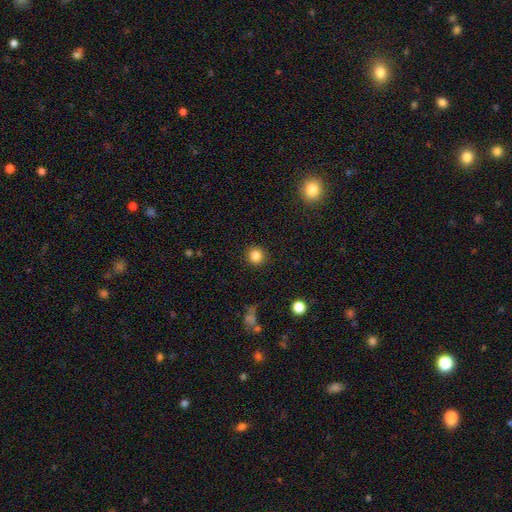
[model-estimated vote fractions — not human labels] Q: Smooth or featured?
A: smooth (84%); runner-up: star or artifact (11%)
Q: How rounded?
A: round (93%); runner-up: in between (6%)
Q: Merging?
A: none (91%); runner-up: minor disturbance (6%)